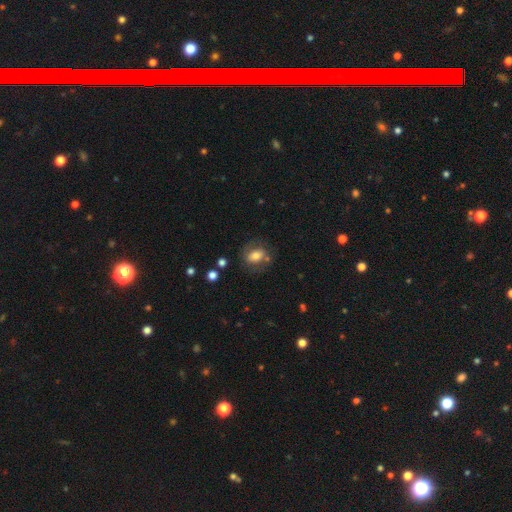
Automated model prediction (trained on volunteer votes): smooth-or-featured: smooth: 67% | featured or disk: 24% | star or artifact: 9%
  how-rounded: in between: 68% | round: 30% | cigar-shaped: 2%
  merging: none: 68% | minor disturbance: 17% | major disturbance: 9% | merger: 6%